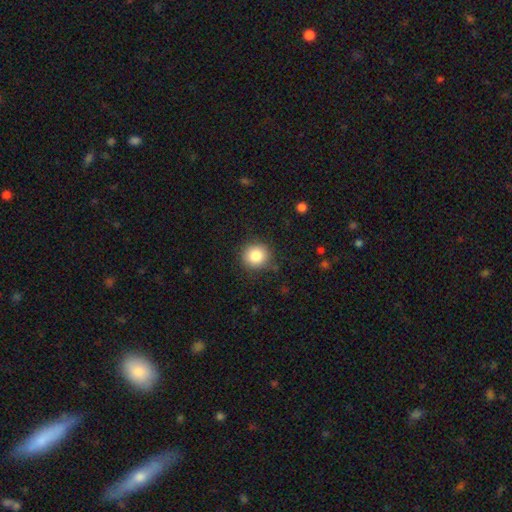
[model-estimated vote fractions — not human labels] A smooth galaxy with no disk features (85%) that is round (91%). Merging: none (87%).